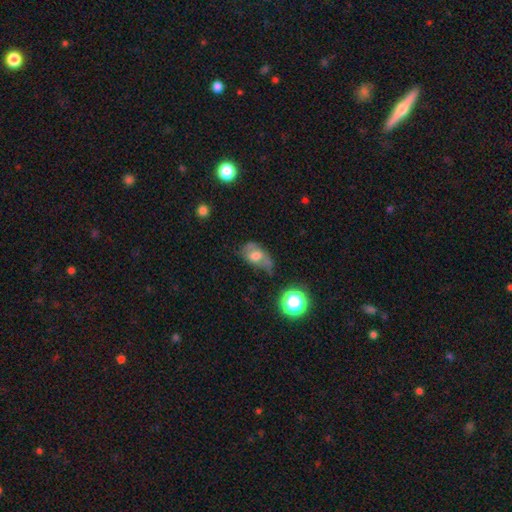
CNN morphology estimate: Overall: smooth (53%; featured or disk 35%). How rounded: in between (81%). Merging: none (36%; minor disturbance 35%).